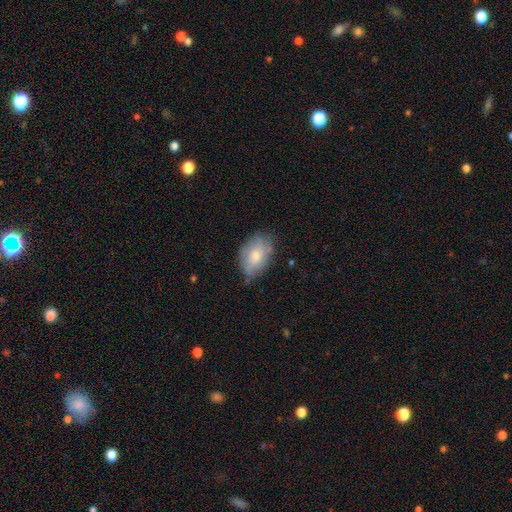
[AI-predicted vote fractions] Smooth or featured? Predicted: smooth (p=0.65). How rounded? Predicted: in between (p=0.89). Merging? Predicted: none (p=0.63).